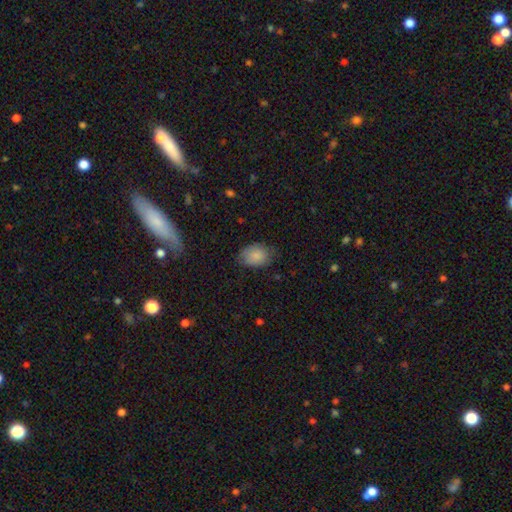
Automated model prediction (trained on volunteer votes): Overall: smooth (85%). How rounded: in between (77%). Merging: none (69%).